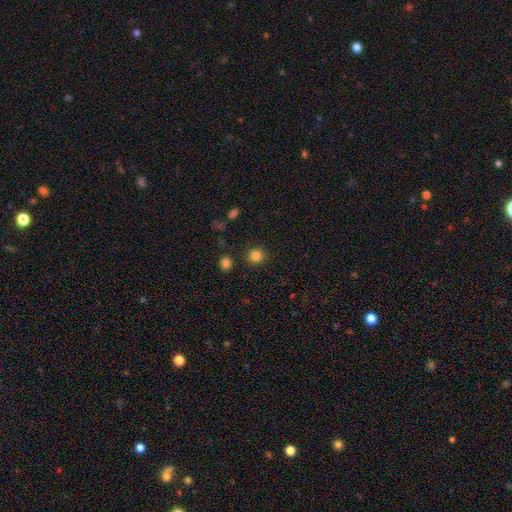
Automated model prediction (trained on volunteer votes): Smooth or featured: smooth — 83% (star or artifact — 12%)
How rounded: round — 91% (in between — 8%)
Merging: none — 89% (minor disturbance — 6%)